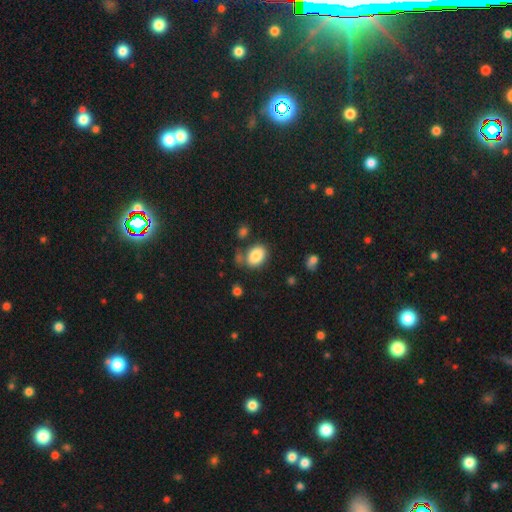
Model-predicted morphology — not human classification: Smooth or featured? smooth (85%)
How rounded? in between (74%)
Merging? none (66%)